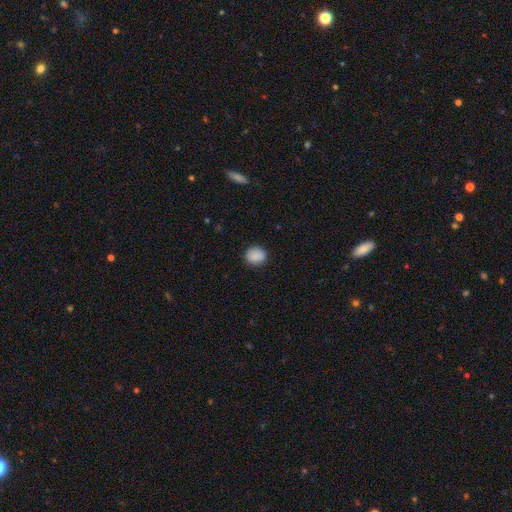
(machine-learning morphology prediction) Overall: smooth (87%). How rounded: round (73%). Merging: none (85%).